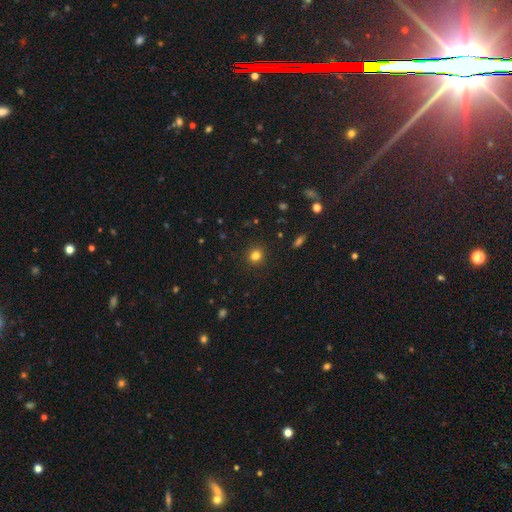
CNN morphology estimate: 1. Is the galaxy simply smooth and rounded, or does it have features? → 81% smooth, 14% star or artifact, 6% featured or disk.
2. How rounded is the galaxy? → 82% round, 17% in between, 1% cigar-shaped.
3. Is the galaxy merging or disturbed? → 90% none, 7% minor disturbance, 2% major disturbance, 1% merger.